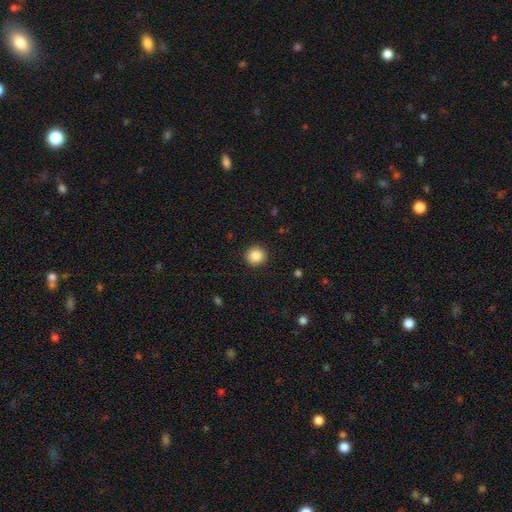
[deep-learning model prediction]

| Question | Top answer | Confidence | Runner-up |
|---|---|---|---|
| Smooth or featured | smooth | 86% | star or artifact (10%) |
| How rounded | round | 92% | in between (7%) |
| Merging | none | 92% | minor disturbance (5%) |